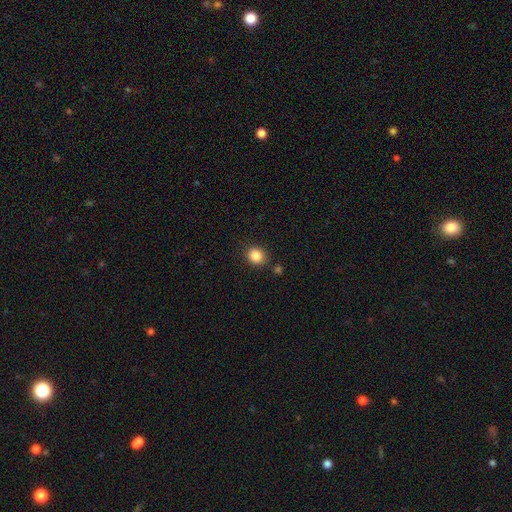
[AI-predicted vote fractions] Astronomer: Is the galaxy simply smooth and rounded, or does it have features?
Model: smooth — 86%.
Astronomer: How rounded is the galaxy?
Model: round — 71%.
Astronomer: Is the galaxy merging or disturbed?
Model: none — 84%.